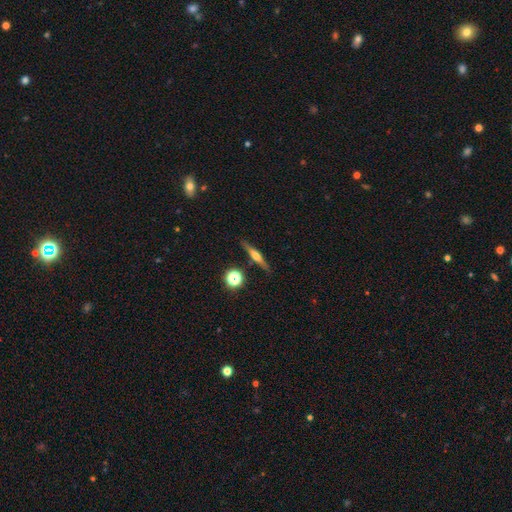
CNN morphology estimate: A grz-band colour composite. It shows a featured or disk galaxy (65%) viewed edge-on (97%) with a rounded central bulge (89%). Merging: none (87%).